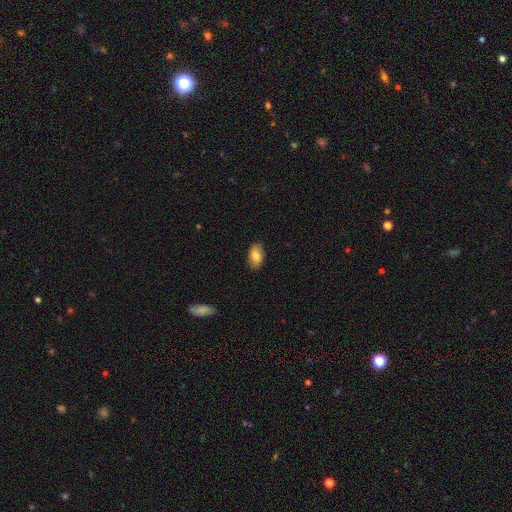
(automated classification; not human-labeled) This appears to be a smooth galaxy with no disk features (80%) that is in between round and cigar-shaped (93%). Merging: none (86%).